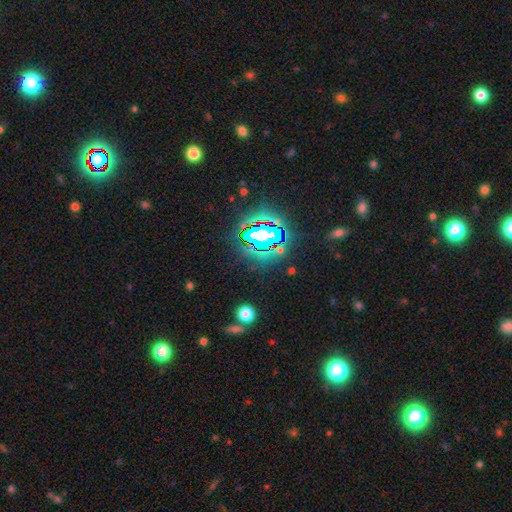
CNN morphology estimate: smooth-or-featured: star or artifact: 82% | smooth: 11% | featured or disk: 7%